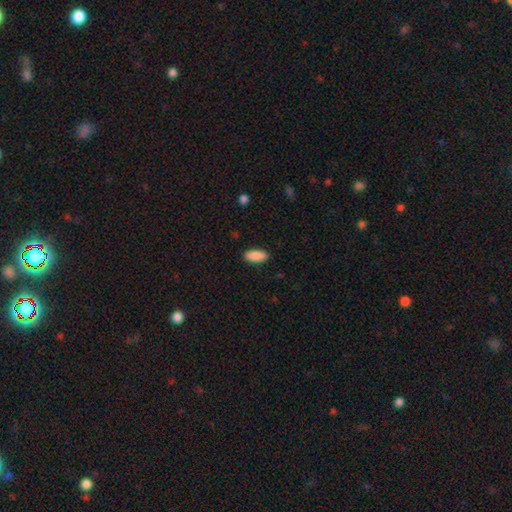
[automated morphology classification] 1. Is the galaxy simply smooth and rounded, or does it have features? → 90% smooth, 6% star or artifact, 4% featured or disk.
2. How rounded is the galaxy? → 81% in between, 17% cigar-shaped, 2% round.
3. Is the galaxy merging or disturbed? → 89% none, 8% minor disturbance, 2% major disturbance, 1% merger.